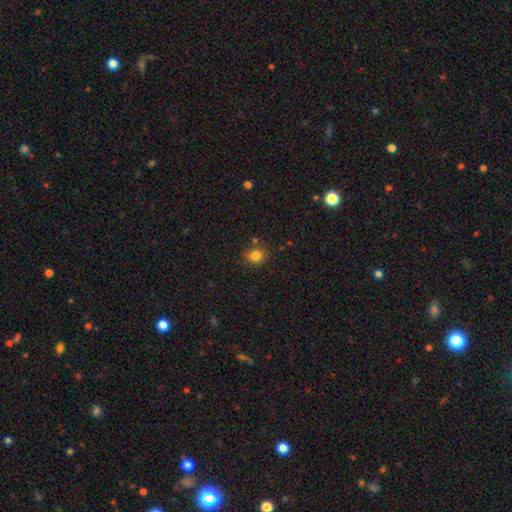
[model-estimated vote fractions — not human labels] Overall: smooth (82%). How rounded: round (80%). Merging: none (78%).